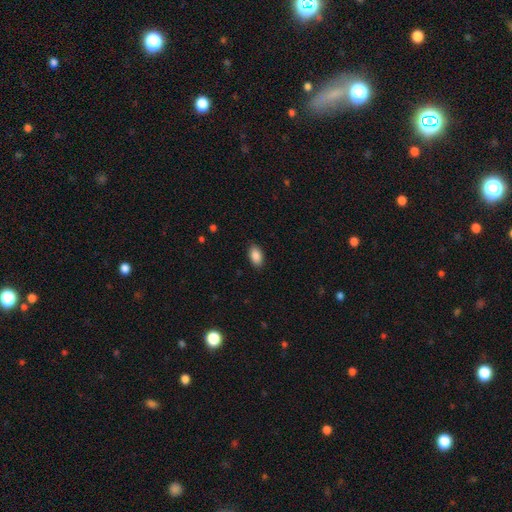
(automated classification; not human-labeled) smooth 88%, star or artifact 7%, featured or disk 4%. Down the decision tree: how rounded — in between (93%); merging — none (88%).